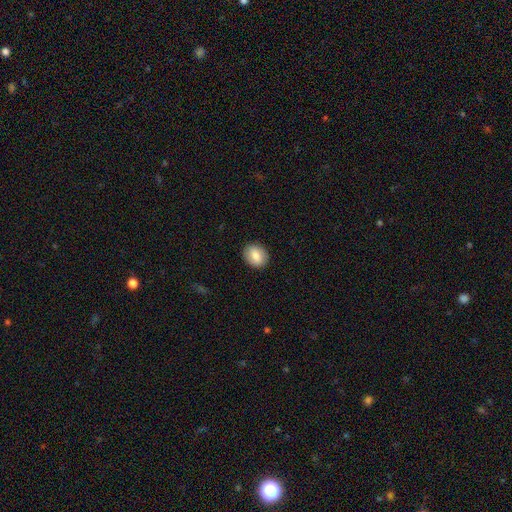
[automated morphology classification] Overall: smooth (81%). How rounded: in between (51%; round 48%). Merging: none (89%).